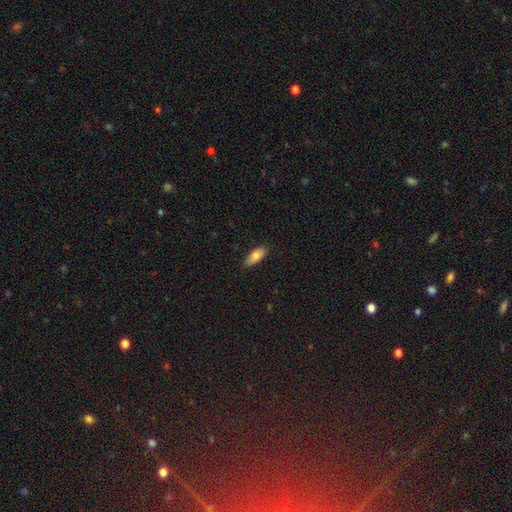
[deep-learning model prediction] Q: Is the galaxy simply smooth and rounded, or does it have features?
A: smooth — 80%.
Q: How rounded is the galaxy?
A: in between — 83%.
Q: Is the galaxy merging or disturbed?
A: none — 84%.